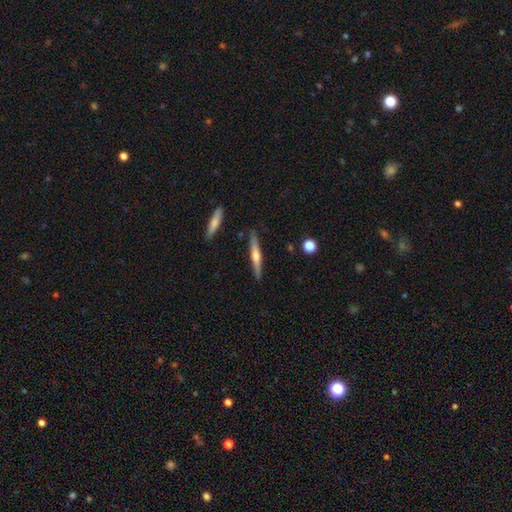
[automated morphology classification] The model was most divided on "smooth or featured": featured or disk: 53%, smooth: 41%, star or artifact: 6%. More confident: edge-on disk — yes (96%); merging — none (88%); edge-on bulge — rounded (80%).